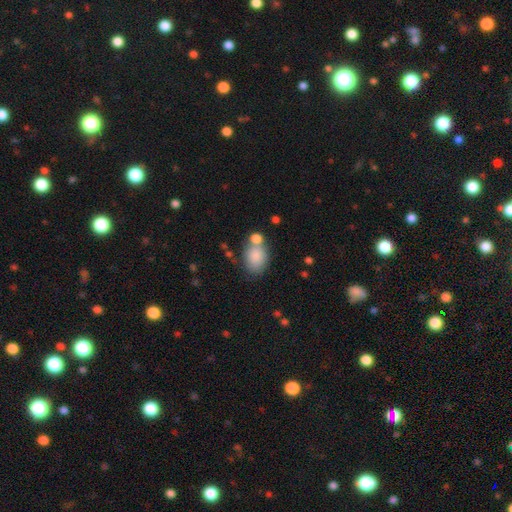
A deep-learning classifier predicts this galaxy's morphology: smooth 84%, star or artifact 8%, featured or disk 8%. Down the decision tree: how rounded — in between (73%); merging — none (52%).